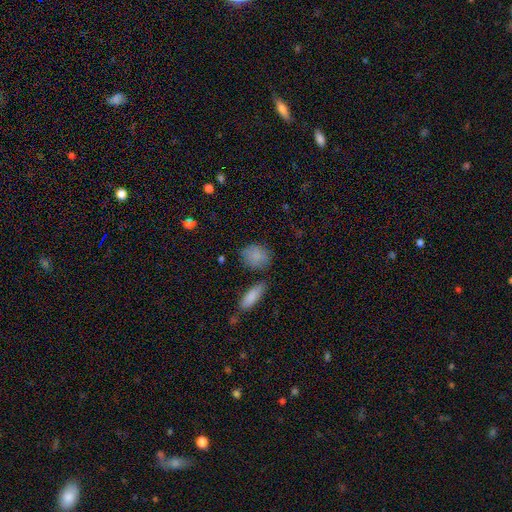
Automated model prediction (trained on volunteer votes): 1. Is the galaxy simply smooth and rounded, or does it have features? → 85% smooth, 8% star or artifact, 7% featured or disk.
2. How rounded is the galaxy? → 49% round, 48% in between, 3% cigar-shaped.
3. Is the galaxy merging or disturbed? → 72% none, 18% minor disturbance, 6% merger, 5% major disturbance.